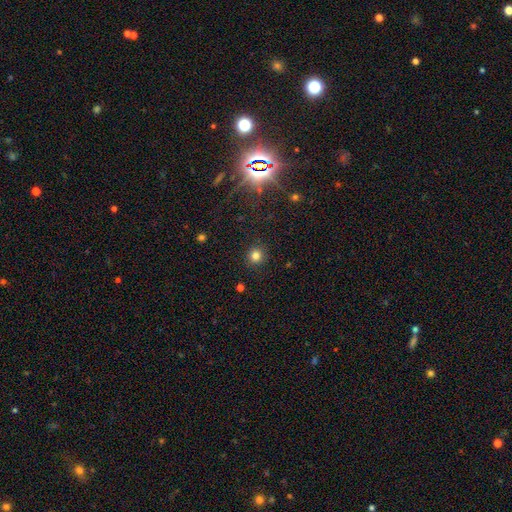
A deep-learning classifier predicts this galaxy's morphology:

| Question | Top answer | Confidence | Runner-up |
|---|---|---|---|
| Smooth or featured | smooth | 79% | star or artifact (15%) |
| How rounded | round | 93% | in between (6%) |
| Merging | none | 91% | minor disturbance (6%) |